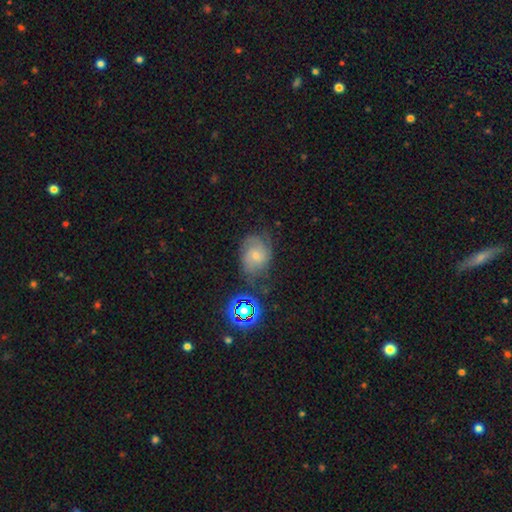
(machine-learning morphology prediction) Q: Smooth or featured?
A: featured or disk (52%); runner-up: smooth (32%)
Q: Edge-on disk?
A: no (97%); runner-up: yes (3%)
Q: Bar?
A: no (69%); runner-up: weak (27%)
Q: Spiral arms?
A: yes (85%); runner-up: no (15%)
Q: Bulge size?
A: small (60%); runner-up: moderate (33%)
Q: Merging?
A: none (53%); runner-up: minor disturbance (26%)